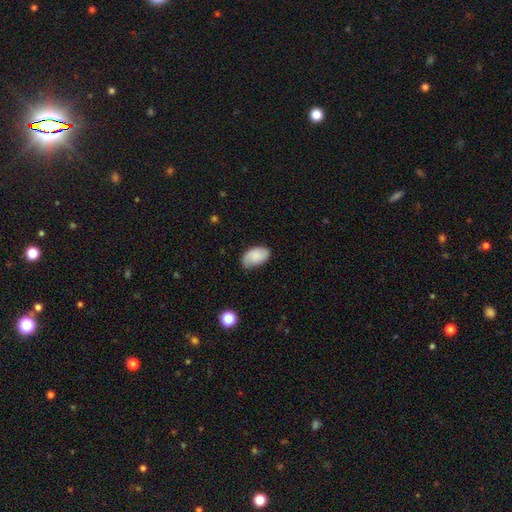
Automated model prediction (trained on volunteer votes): Morphology: type=smooth (80%); roundness=in between (93%); merging=none (76%).